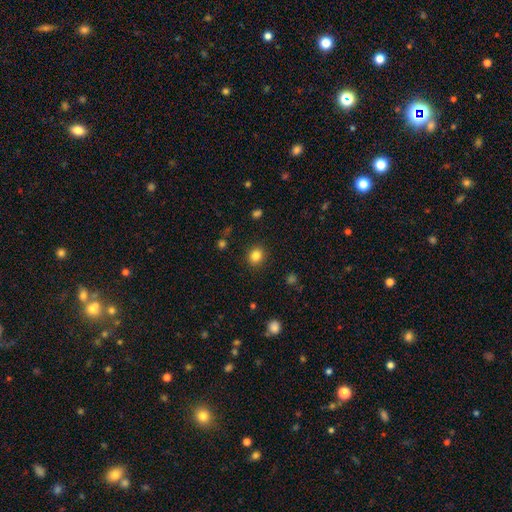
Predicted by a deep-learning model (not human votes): The model was most divided on "how rounded": round: 75%, in between: 24%, cigar-shaped: 1%. More confident: merging — none (89%); smooth or featured — smooth (83%).